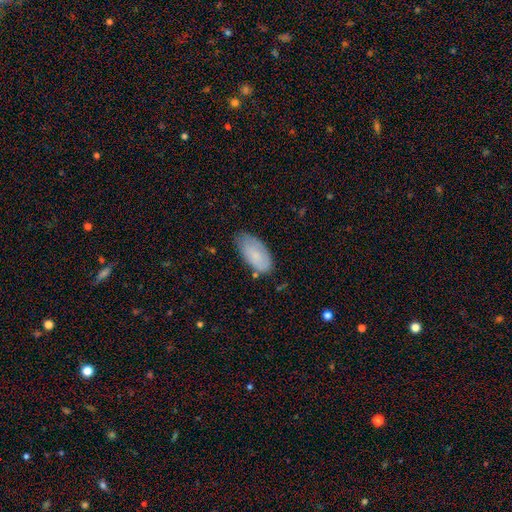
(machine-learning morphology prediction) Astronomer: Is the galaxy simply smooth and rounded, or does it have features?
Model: smooth — 74%.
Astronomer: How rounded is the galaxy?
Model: in between — 93%.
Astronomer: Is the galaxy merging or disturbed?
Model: none — 62%.